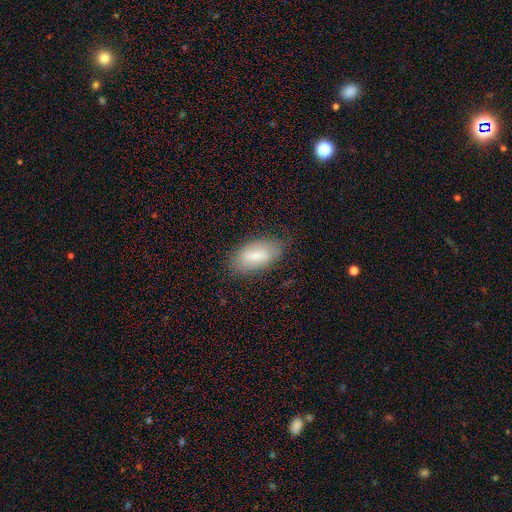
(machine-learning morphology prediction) smooth_or_featured: smooth (p=0.75) [alt: featured or disk p=0.19]
how_rounded: in between (p=0.90) [alt: cigar-shaped p=0.07]
merging: none (p=0.77) [alt: minor disturbance p=0.18]